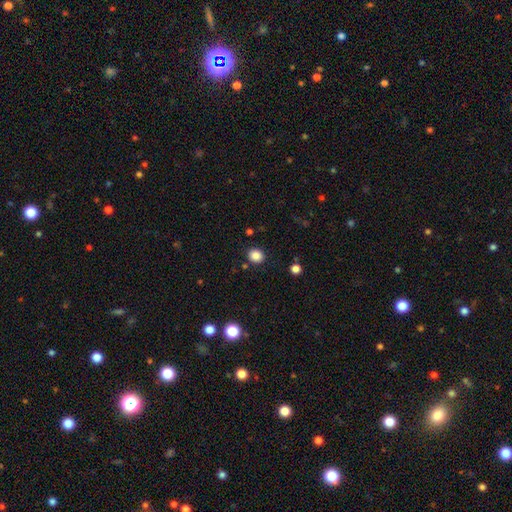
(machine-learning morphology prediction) This is clearly a smooth galaxy (86%). How rounded: likely round (76%). Merging: clearly none (88%).